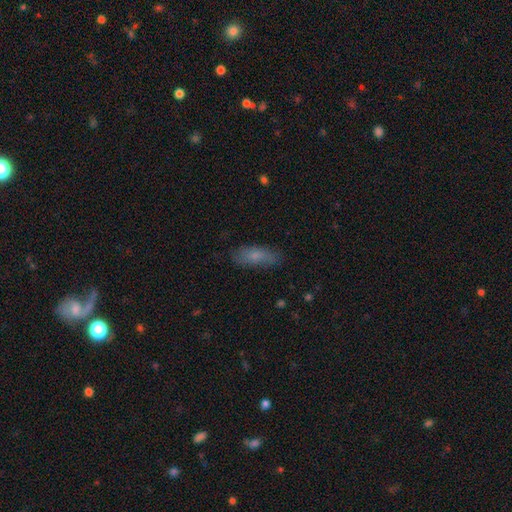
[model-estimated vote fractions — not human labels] This appears to be a smooth galaxy with no disk features (73%) that is in between round and cigar-shaped (65%). Merging: none (76%).